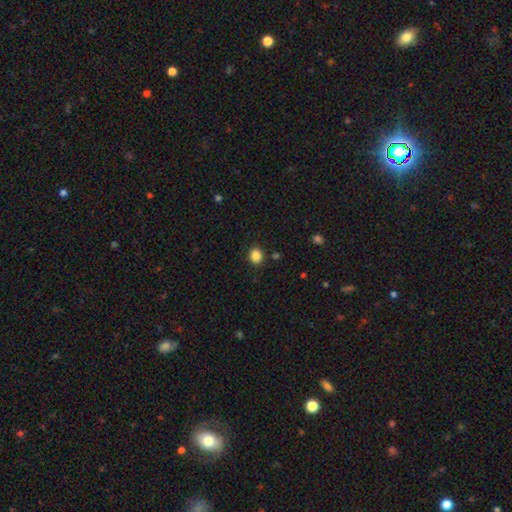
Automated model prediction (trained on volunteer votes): A smooth galaxy with no disk features (85%) that is round (76%).

Vote fractions:
- Smooth or featured? smooth: 85% / star or artifact: 11% / featured or disk: 4%
- How rounded? round: 76% / in between: 23% / cigar-shaped: 1%
- Merging? none: 90% / minor disturbance: 6% / major disturbance: 2% / merger: 2%